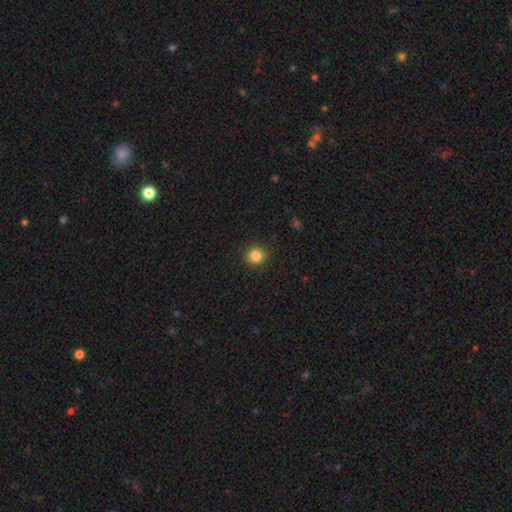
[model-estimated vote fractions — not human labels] Overall: smooth (85%). How rounded: round (91%). Merging: none (92%).